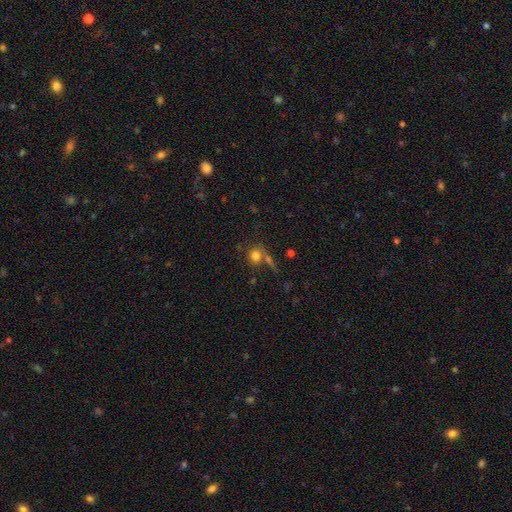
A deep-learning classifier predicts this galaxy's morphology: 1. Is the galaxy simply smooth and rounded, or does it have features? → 79% smooth, 12% star or artifact, 10% featured or disk.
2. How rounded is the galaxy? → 75% round, 23% in between, 2% cigar-shaped.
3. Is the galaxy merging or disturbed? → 51% none, 27% merger, 13% minor disturbance, 9% major disturbance.